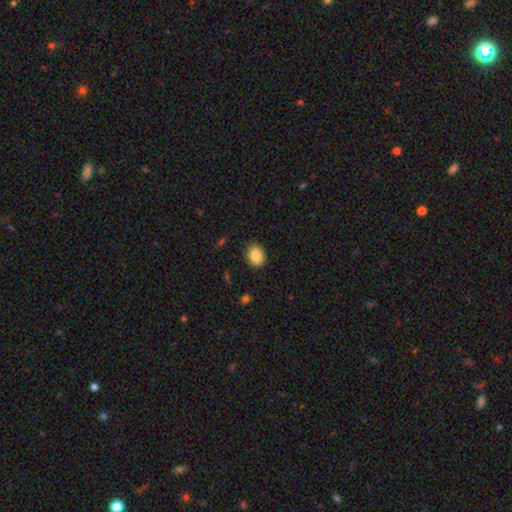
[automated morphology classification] A smooth galaxy with no disk features (88%) that is in between round and cigar-shaped (59%).

Vote fractions:
- Smooth or featured? smooth: 88% / star or artifact: 8% / featured or disk: 4%
- How rounded? in between: 59% / round: 40% / cigar-shaped: 1%
- Merging? none: 82% / minor disturbance: 14% / major disturbance: 3% / merger: 1%